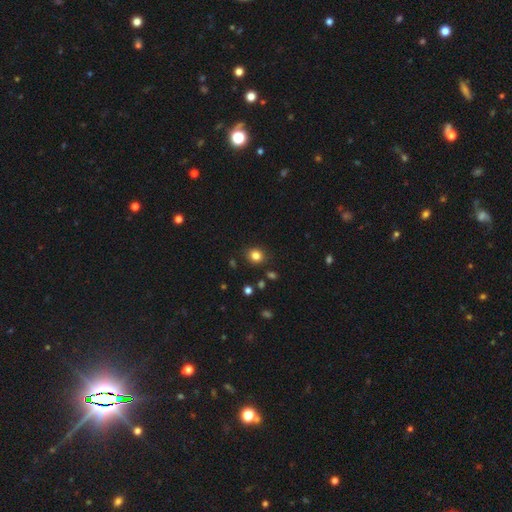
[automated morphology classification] This appears to be a smooth galaxy with no disk features (82%) that is round (79%). Merging: none (87%).